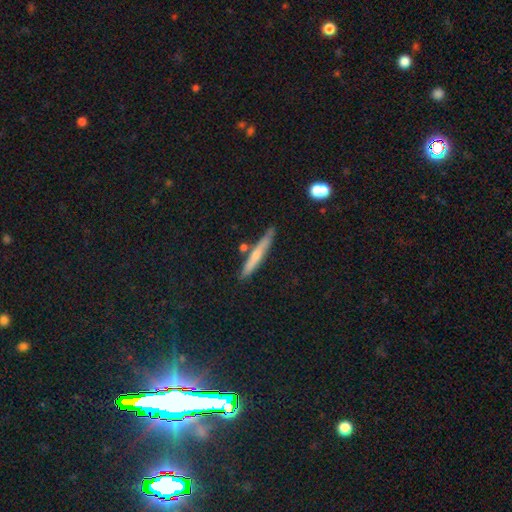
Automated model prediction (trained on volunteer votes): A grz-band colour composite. It shows a smooth galaxy with no disk features (51%) that is cigar-shaped (94%). Merging: none (78%).